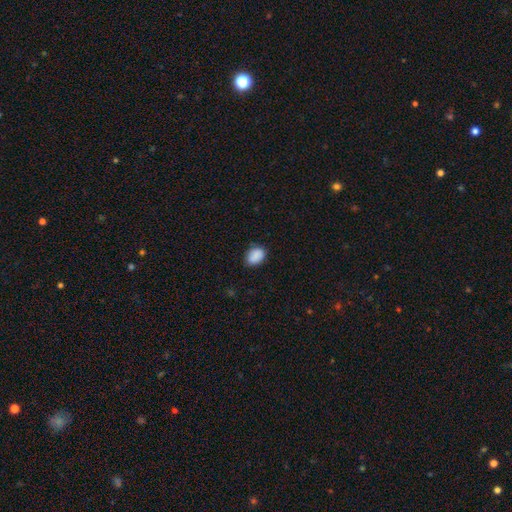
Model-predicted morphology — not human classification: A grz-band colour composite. It shows a smooth galaxy with no disk features (87%) that is in between round and cigar-shaped (75%). Merging: none (74%).